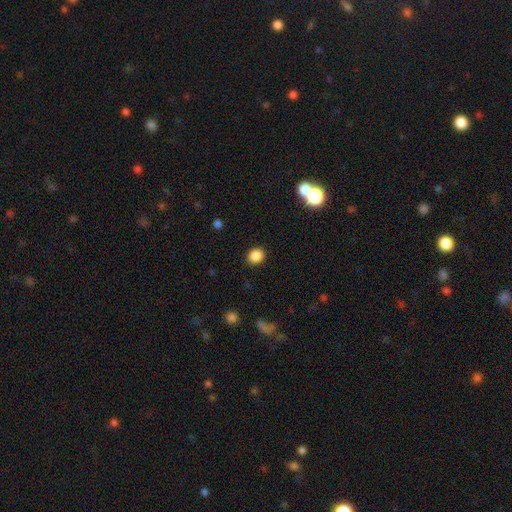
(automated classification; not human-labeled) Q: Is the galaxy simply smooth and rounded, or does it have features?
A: smooth — 87%.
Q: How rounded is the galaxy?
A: round — 72%.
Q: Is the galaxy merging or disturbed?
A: none — 90%.